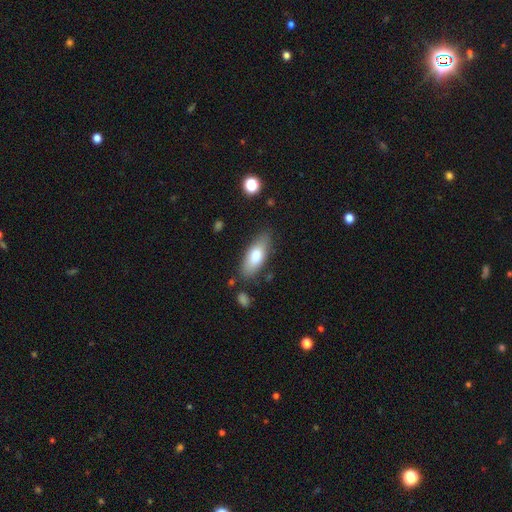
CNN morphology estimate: Smooth or featured: smooth — 73% (featured or disk — 21%)
How rounded: in between — 74% (cigar-shaped — 24%)
Merging: none — 80% (minor disturbance — 14%)